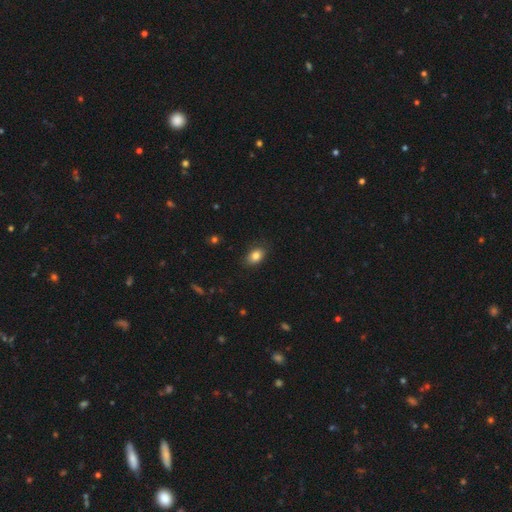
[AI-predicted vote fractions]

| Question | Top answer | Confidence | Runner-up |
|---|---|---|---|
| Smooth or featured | smooth | 83% | star or artifact (9%) |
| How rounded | in between | 80% | round (19%) |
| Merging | none | 84% | minor disturbance (13%) |